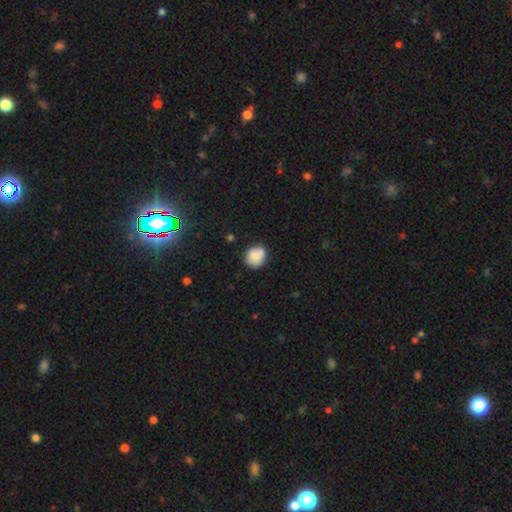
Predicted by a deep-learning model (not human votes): A smooth galaxy with no disk features (80%) that is round (75%).

Vote fractions:
- Smooth or featured? smooth: 80% / featured or disk: 11% / star or artifact: 9%
- How rounded? round: 75% / in between: 24% / cigar-shaped: 1%
- Merging? none: 74% / minor disturbance: 19% / major disturbance: 4% / merger: 3%